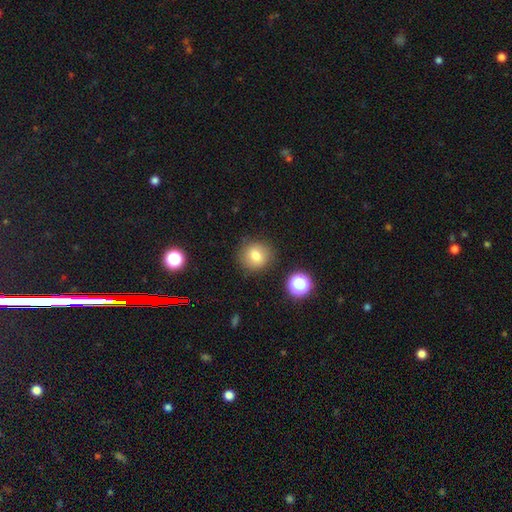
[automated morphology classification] Q: Smooth or featured?
A: smooth (78%); runner-up: star or artifact (12%)
Q: How rounded?
A: round (86%); runner-up: in between (13%)
Q: Merging?
A: none (84%); runner-up: minor disturbance (10%)